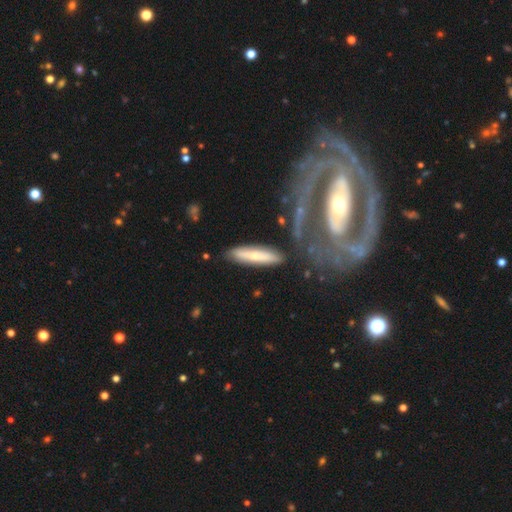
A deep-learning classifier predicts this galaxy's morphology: Smooth or featured? Predicted: smooth (p=0.58). How rounded? Predicted: cigar-shaped (p=0.82). Merging? Predicted: none (p=0.82).